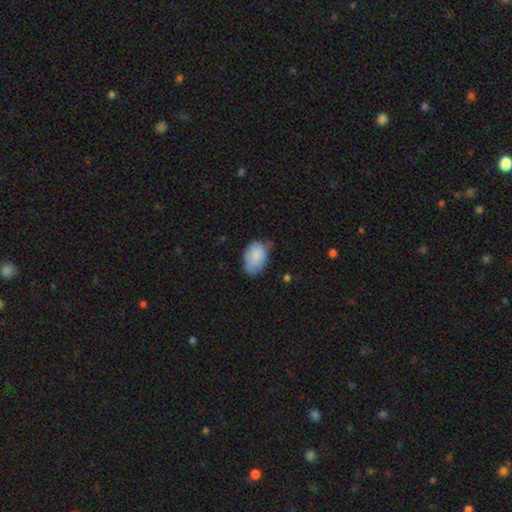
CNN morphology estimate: type=smooth (83%); roundness=in between (86%); merging=none (51%).